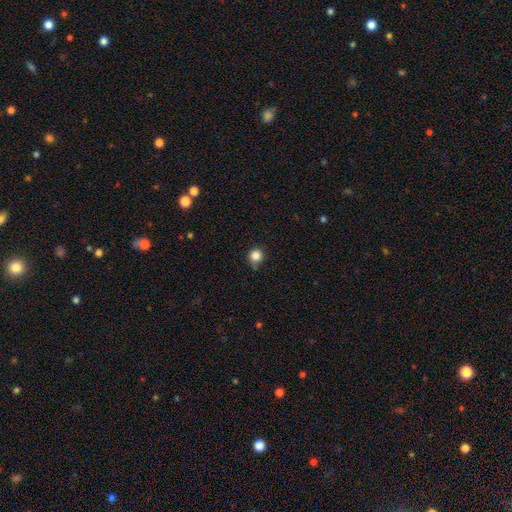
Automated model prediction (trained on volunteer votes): The model was most divided on "merging": none: 74%, minor disturbance: 20%, major disturbance: 4%, merger: 2%. More confident: how rounded — round (91%); smooth or featured — smooth (84%).